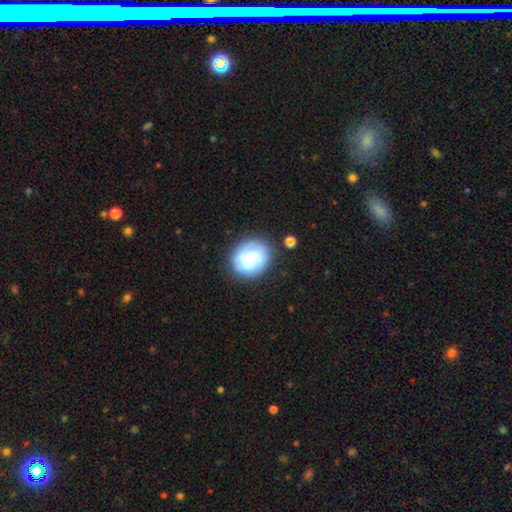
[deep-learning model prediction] smooth 62%, featured or disk 30%, star or artifact 8%. Down the decision tree: how rounded — round (74%); merging — none (75%).